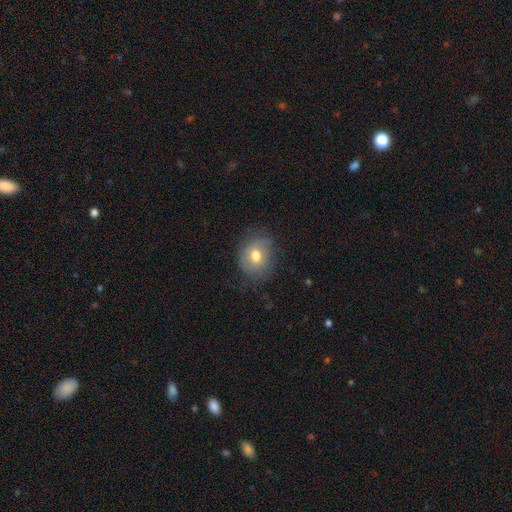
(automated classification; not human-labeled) Smooth or featured? Predicted: smooth (p=0.66). How rounded? Predicted: round (p=0.65). Merging? Predicted: none (p=0.68).